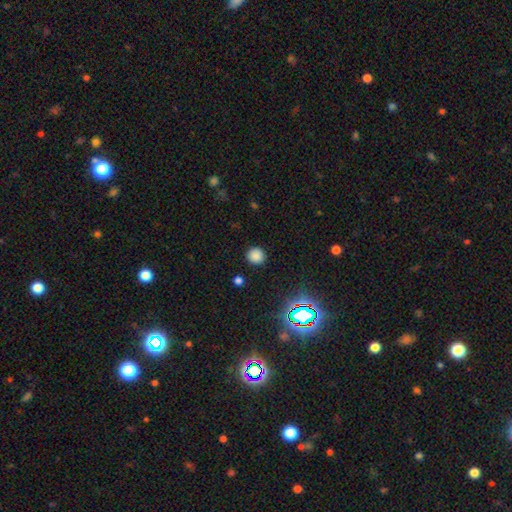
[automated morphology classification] Smooth or featured?
  - smooth: 81% *
  - star or artifact: 15%
  - featured or disk: 4%
How rounded?
  - round: 92% *
  - in between: 7%
  - cigar-shaped: 1%
Merging?
  - none: 90% *
  - minor disturbance: 6%
  - major disturbance: 2%
  - merger: 1%